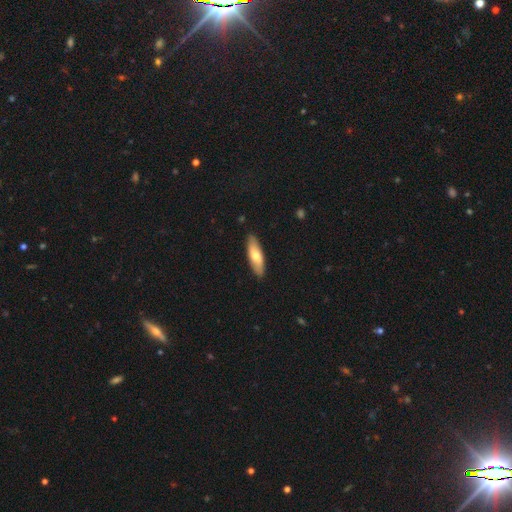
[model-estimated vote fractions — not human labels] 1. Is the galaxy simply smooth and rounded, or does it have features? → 68% smooth, 27% featured or disk, 5% star or artifact.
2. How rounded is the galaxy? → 53% in between, 45% cigar-shaped, 2% round.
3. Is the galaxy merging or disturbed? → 88% none, 9% minor disturbance, 2% major disturbance, 1% merger.